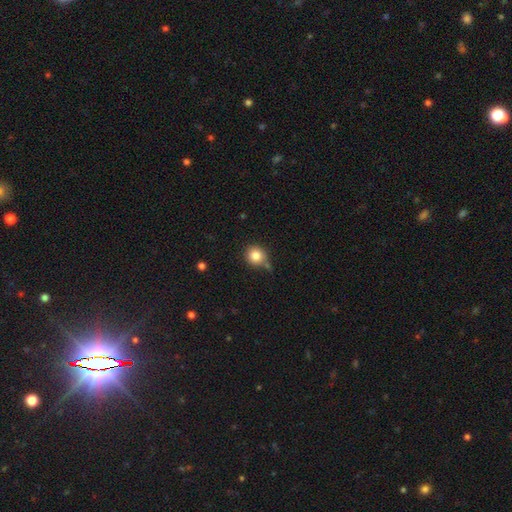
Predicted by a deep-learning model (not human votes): Smooth or featured? Predicted: smooth (p=0.84). How rounded? Predicted: round (p=0.90). Merging? Predicted: none (p=0.71).